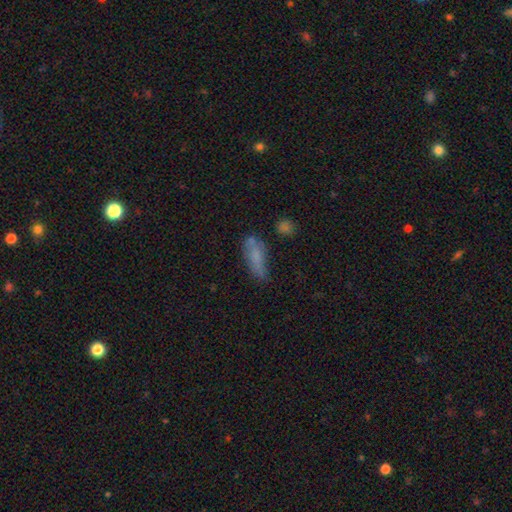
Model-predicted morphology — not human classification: Smooth or featured? Predicted: smooth (p=0.69). How rounded? Predicted: in between (p=0.60). Merging? Predicted: none (p=0.50).